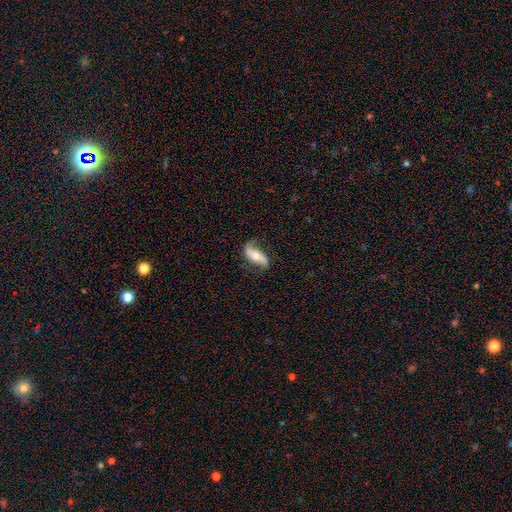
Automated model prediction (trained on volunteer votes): The model was most divided on "bar": no: 42%, strong: 33%, weak: 25%. More confident: spiral arm count — 2 (92%); spiral arms — yes (91%); edge-on disk — no (86%); spiral winding — loose (79%); merging — none (76%); smooth or featured — featured or disk (75%); bulge size — moderate (56%).